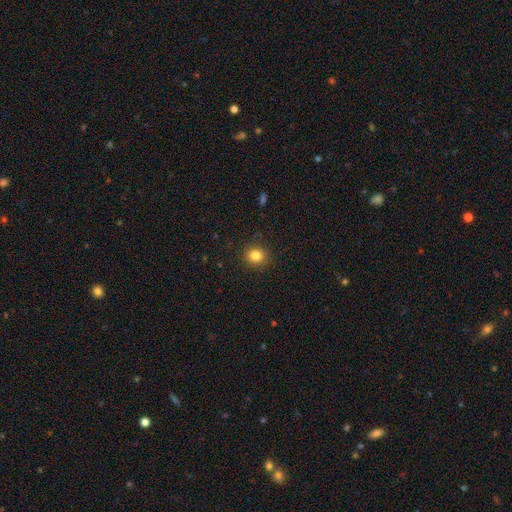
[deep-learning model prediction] A smooth galaxy with no disk features (83%) that is round (79%). Merging: none (89%).